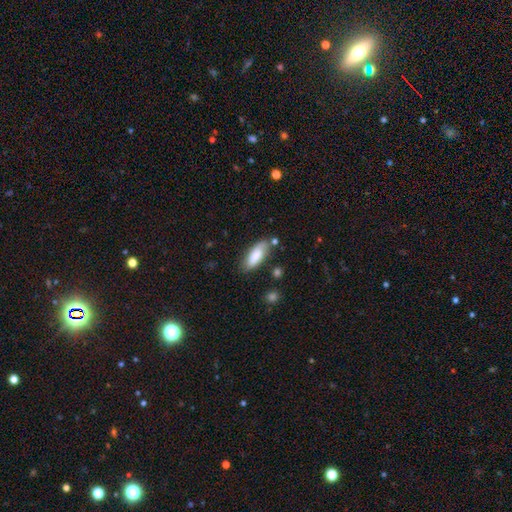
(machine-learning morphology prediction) This is clearly a smooth galaxy (82%). How rounded: likely in between (78%). Merging: likely none (72%).